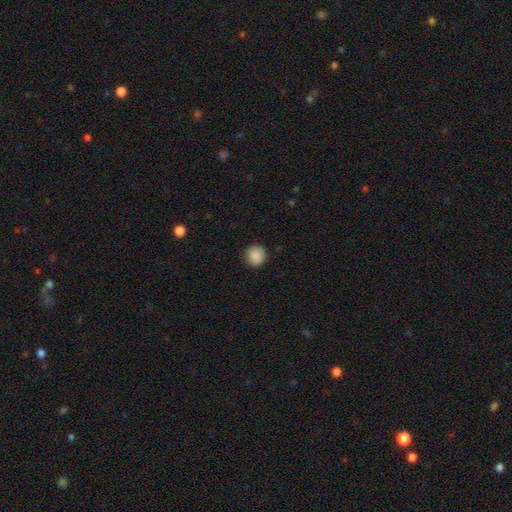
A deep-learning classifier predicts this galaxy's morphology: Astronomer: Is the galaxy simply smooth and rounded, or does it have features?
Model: smooth — 87%.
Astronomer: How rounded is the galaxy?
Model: round — 89%.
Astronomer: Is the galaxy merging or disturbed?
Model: none — 87%.